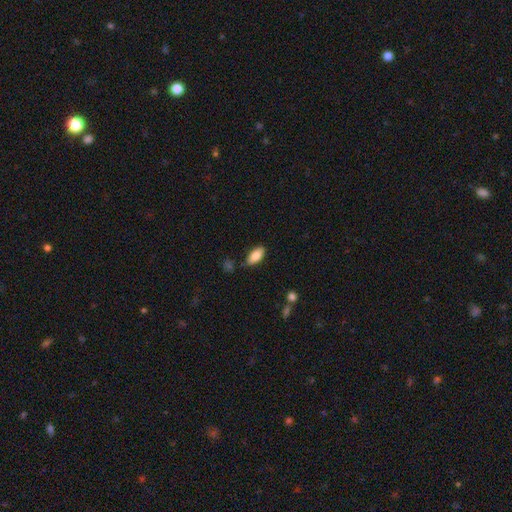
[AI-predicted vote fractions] Q: Smooth or featured?
A: smooth (84%); runner-up: featured or disk (9%)
Q: How rounded?
A: in between (88%); runner-up: cigar-shaped (9%)
Q: Merging?
A: none (81%); runner-up: minor disturbance (14%)